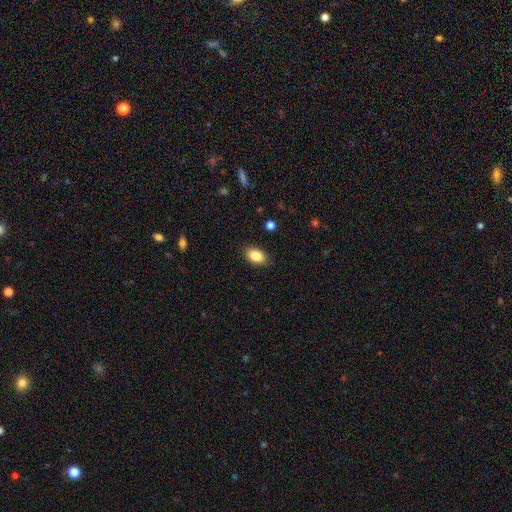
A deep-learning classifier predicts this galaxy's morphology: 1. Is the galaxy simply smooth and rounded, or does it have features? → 86% smooth, 8% star or artifact, 6% featured or disk.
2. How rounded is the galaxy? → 91% in between, 8% round, 2% cigar-shaped.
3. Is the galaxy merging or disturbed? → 88% none, 9% minor disturbance, 2% major disturbance, 1% merger.